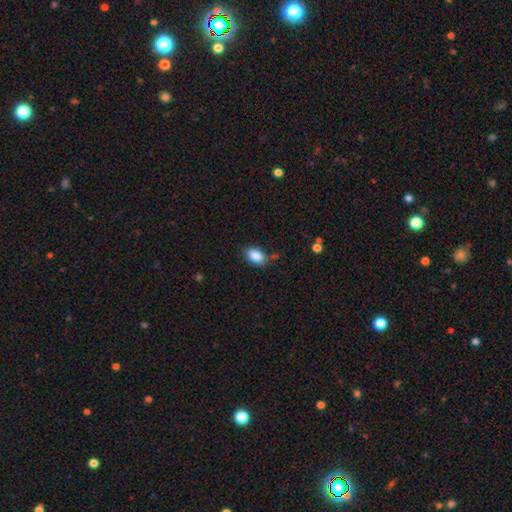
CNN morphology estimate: This is clearly a smooth galaxy (86%). How rounded: clearly in between (88%). Merging: likely none (76%).